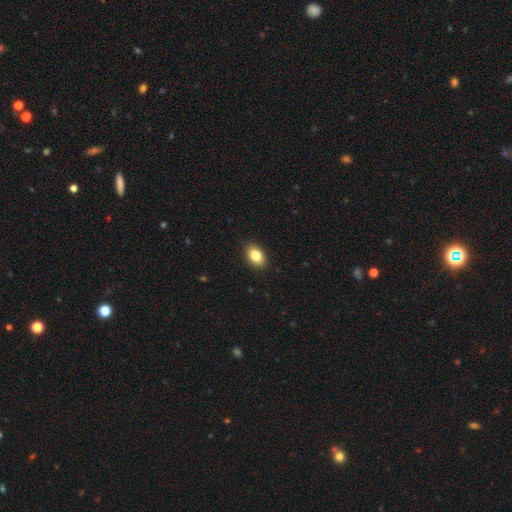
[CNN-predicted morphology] Q: Smooth or featured?
A: smooth (84%); runner-up: star or artifact (8%)
Q: How rounded?
A: in between (86%); runner-up: round (12%)
Q: Merging?
A: none (90%); runner-up: minor disturbance (8%)